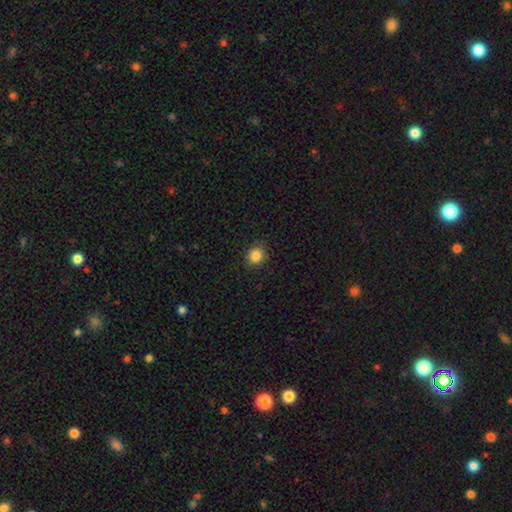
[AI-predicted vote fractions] Smooth or featured? Predicted: smooth (p=0.85). How rounded? Predicted: round (p=0.75). Merging? Predicted: none (p=0.85).